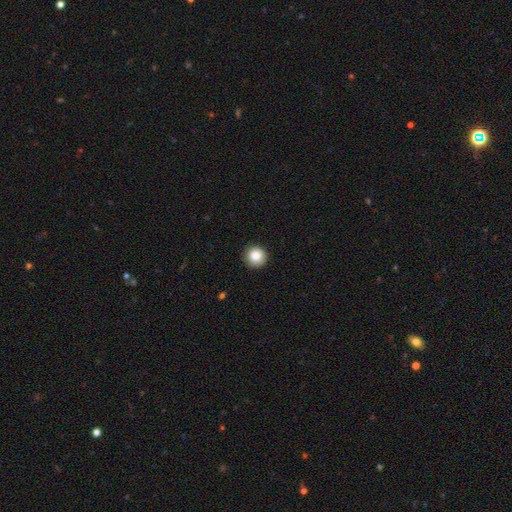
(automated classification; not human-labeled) This appears to be a smooth galaxy with no disk features (85%) that is round (95%). Merging: none (91%).